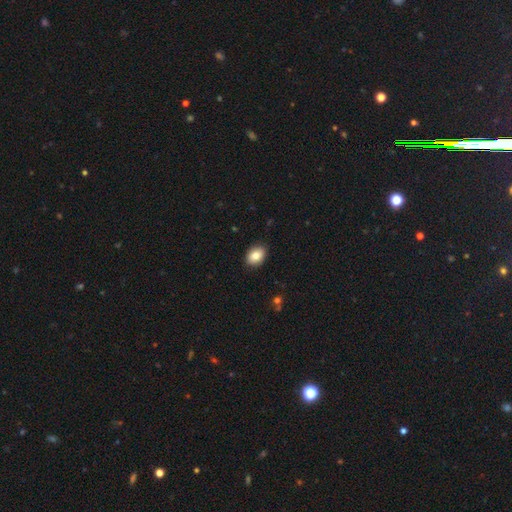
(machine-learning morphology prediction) Q: Smooth or featured?
A: smooth (85%); runner-up: star or artifact (8%)
Q: How rounded?
A: in between (76%); runner-up: round (23%)
Q: Merging?
A: none (88%); runner-up: minor disturbance (9%)